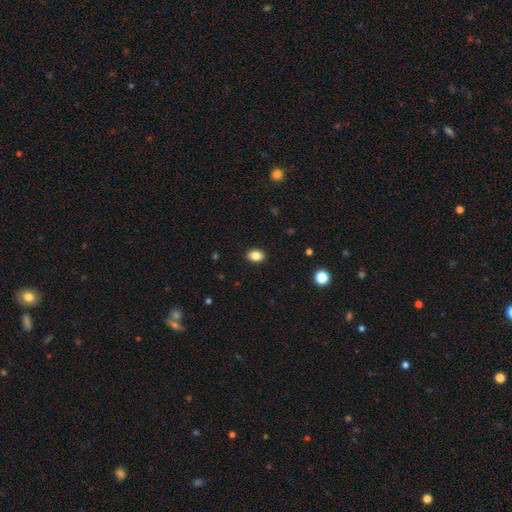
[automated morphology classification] A smooth galaxy with no disk features (85%) that is in between round and cigar-shaped (78%). Merging: none (90%).